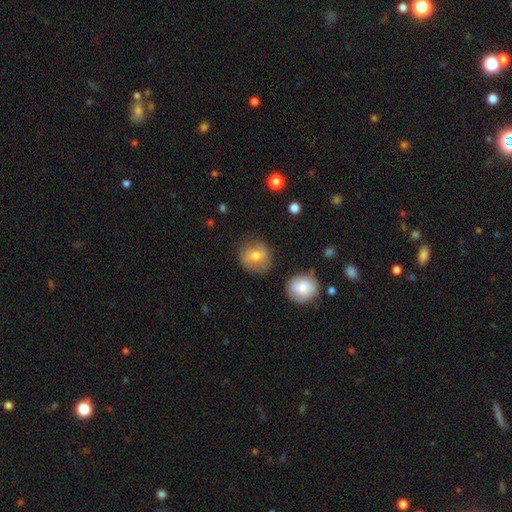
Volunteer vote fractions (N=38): A smooth galaxy with no disk features (66%) that is round (88%). Merging: none (75%).